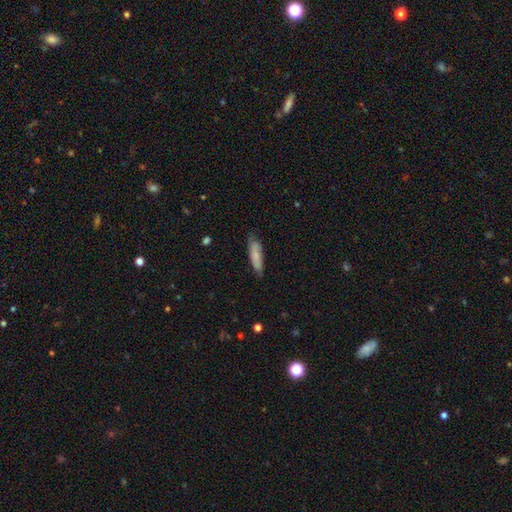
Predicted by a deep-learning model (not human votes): smooth 73%, featured or disk 21%, star or artifact 6%. Down the decision tree: how rounded — cigar-shaped (69%); merging — none (73%).